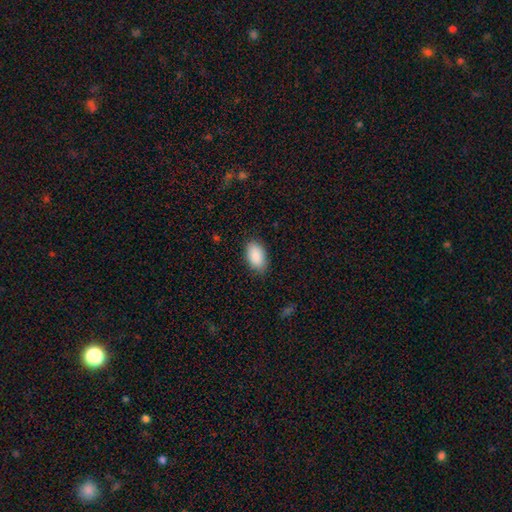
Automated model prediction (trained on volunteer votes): The model was most divided on "merging": none: 84%, minor disturbance: 12%, major disturbance: 3%, merger: 1%. More confident: how rounded — in between (94%); smooth or featured — smooth (89%).